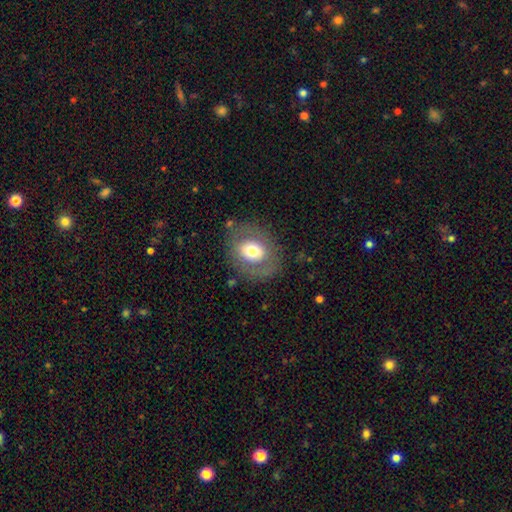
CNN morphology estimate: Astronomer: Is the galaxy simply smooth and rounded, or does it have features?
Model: smooth — 45% (runner-up: featured or disk, 36%).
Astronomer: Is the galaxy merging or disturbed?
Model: none — 81%.